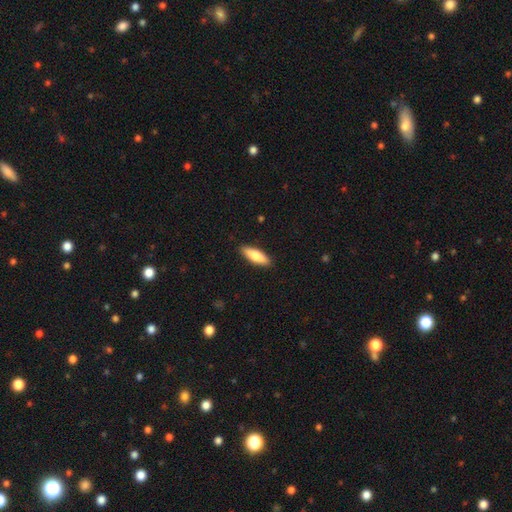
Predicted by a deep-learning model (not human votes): Smooth or featured?
  - smooth: 75% *
  - featured or disk: 20%
  - star or artifact: 5%
How rounded?
  - cigar-shaped: 50% *
  - in between: 48%
  - round: 2%
Merging?
  - none: 90% *
  - minor disturbance: 8%
  - major disturbance: 2%
  - merger: 1%